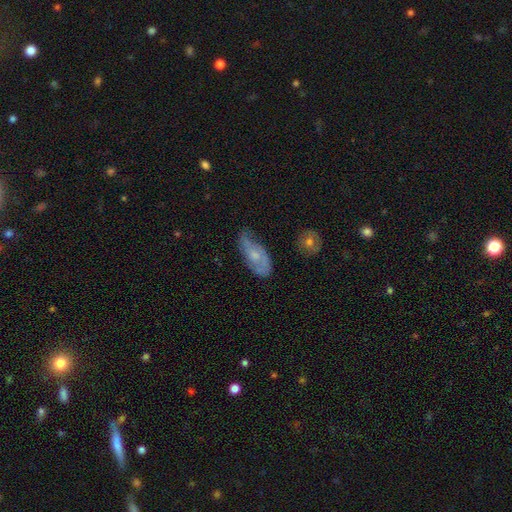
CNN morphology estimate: smooth_or_featured: featured or disk (p=0.53) [alt: smooth p=0.39]
disk_edge_on: no (p=0.87) [alt: yes p=0.13]
merging: none (p=0.58) [alt: minor disturbance p=0.31]